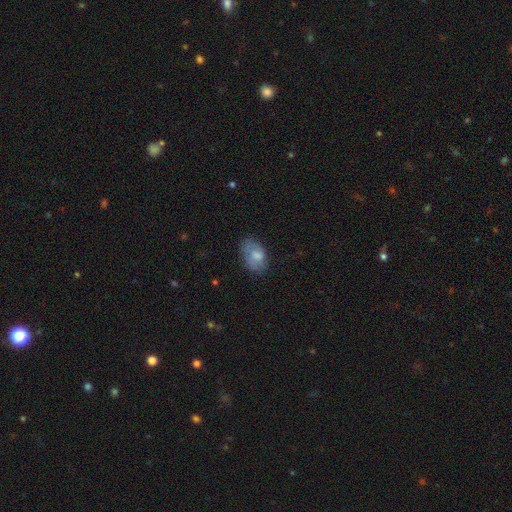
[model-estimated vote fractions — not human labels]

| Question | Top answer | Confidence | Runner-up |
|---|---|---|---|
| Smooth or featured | smooth | 70% | featured or disk (22%) |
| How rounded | in between | 89% | round (10%) |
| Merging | none | 60% | minor disturbance (27%) |